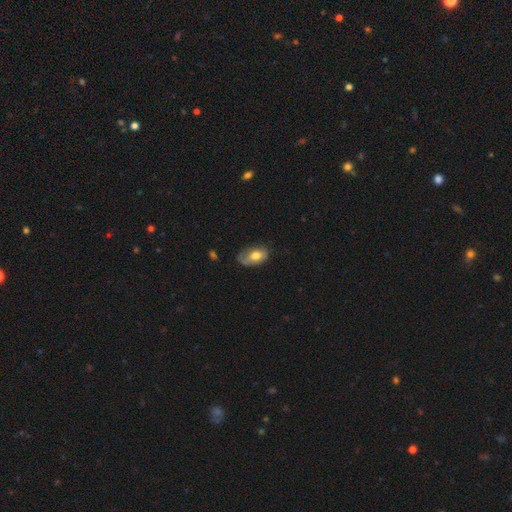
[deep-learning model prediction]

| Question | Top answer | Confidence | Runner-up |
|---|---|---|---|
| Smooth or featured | smooth | 61% | featured or disk (33%) |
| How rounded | in between | 91% | round (7%) |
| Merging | none | 45% | minor disturbance (35%) |